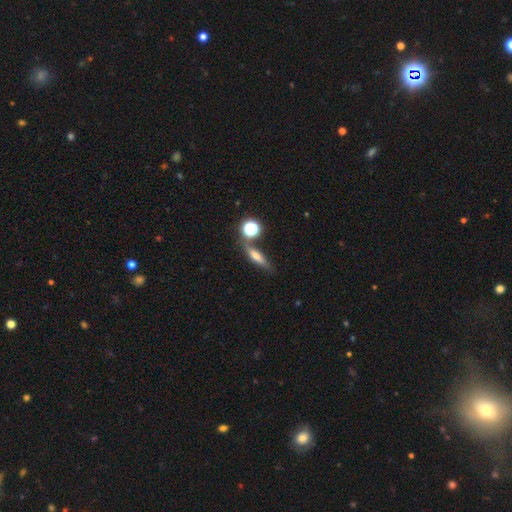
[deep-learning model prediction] Smooth or featured?
  - smooth: 48% *
  - featured or disk: 38%
  - star or artifact: 14%
Merging?
  - none: 67% *
  - minor disturbance: 14%
  - merger: 14%
  - major disturbance: 5%